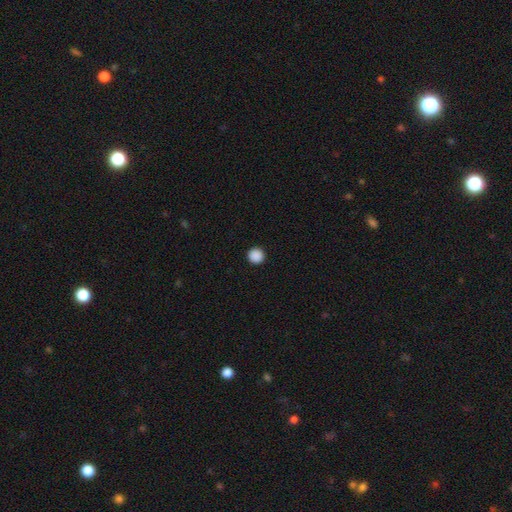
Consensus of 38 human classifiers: smooth_or_featured: smooth (p=0.95) [alt: star or artifact p=0.05]
how_rounded: round (p=1.00)
merging: none (p=0.92) [alt: minor disturbance p=0.03]